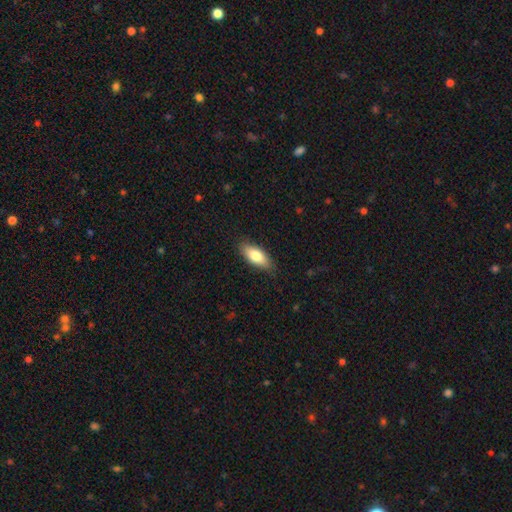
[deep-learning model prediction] A smooth galaxy with no disk features (78%) that is in between round and cigar-shaped (79%).

Vote fractions:
- Smooth or featured? smooth: 78% / featured or disk: 16% / star or artifact: 6%
- How rounded? in between: 79% / cigar-shaped: 18% / round: 3%
- Merging? none: 85% / minor disturbance: 12% / major disturbance: 2% / merger: 1%